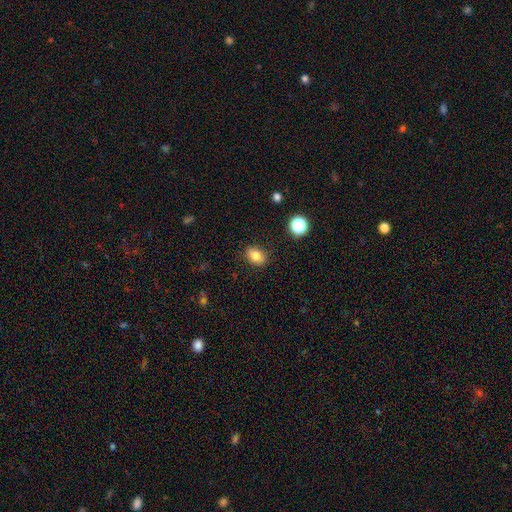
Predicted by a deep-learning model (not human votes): Smooth or featured? Predicted: smooth (p=0.80). How rounded? Predicted: in between (p=0.68). Merging? Predicted: none (p=0.85).